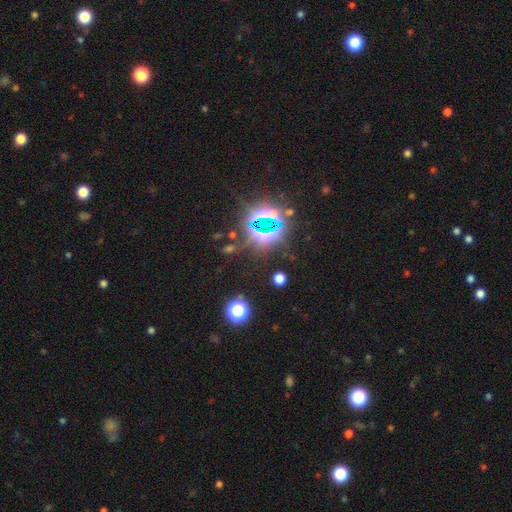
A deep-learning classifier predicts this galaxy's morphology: type=star or artifact (81%).